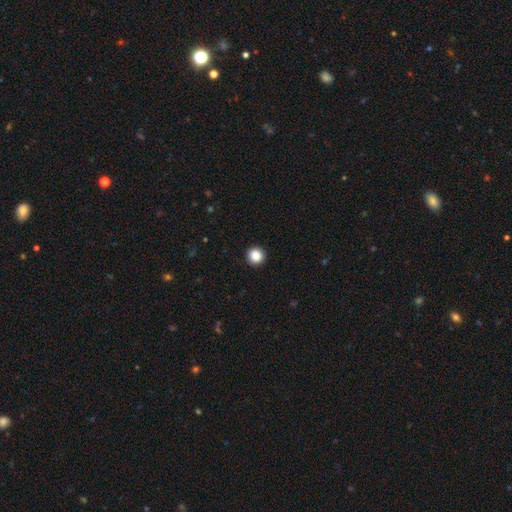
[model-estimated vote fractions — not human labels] This appears to be a smooth galaxy with no disk features (87%) that is round (95%). Merging: none (94%).